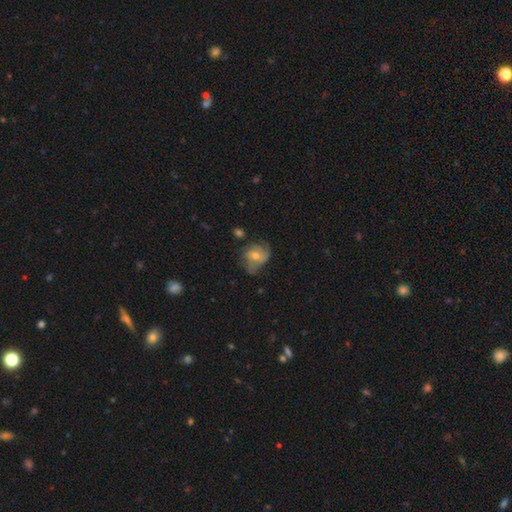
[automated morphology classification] featured or disk 58%, smooth 34%, star or artifact 8%. Down the decision tree: edge-on disk — no (97%); bar — no (66%); spiral arms — yes (79%); bulge size — moderate (54%); merging — none (48%).